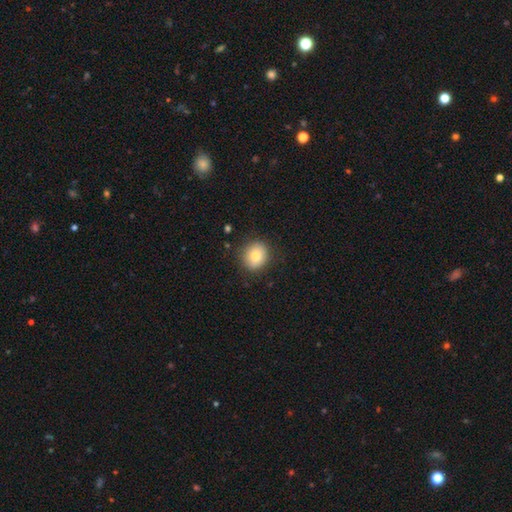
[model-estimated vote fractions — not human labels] smooth_or_featured: smooth (p=0.80) [alt: featured or disk p=0.10]
how_rounded: round (p=0.77) [alt: in between p=0.22]
merging: none (p=0.87) [alt: minor disturbance p=0.10]